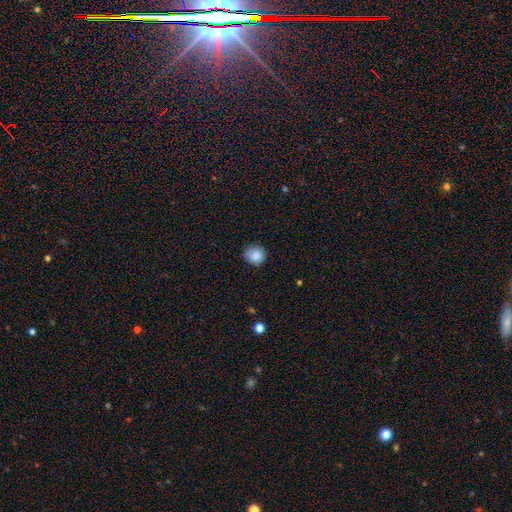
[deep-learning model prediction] Q: Smooth or featured?
A: smooth (87%); runner-up: star or artifact (9%)
Q: How rounded?
A: round (88%); runner-up: in between (12%)
Q: Merging?
A: none (82%); runner-up: minor disturbance (15%)